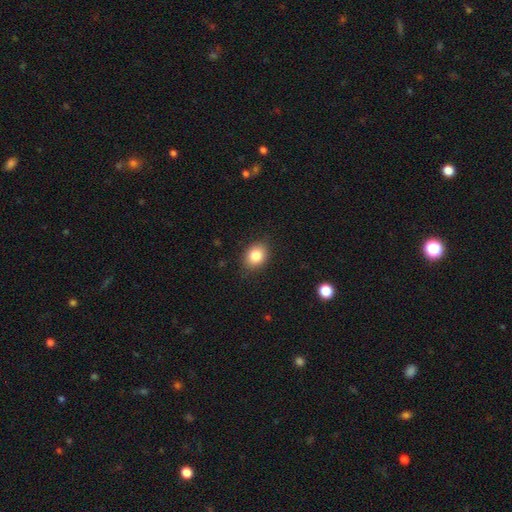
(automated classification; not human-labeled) Smooth or featured: smooth — 84% (star or artifact — 9%)
How rounded: in between — 55% (round — 44%)
Merging: none — 86% (minor disturbance — 11%)